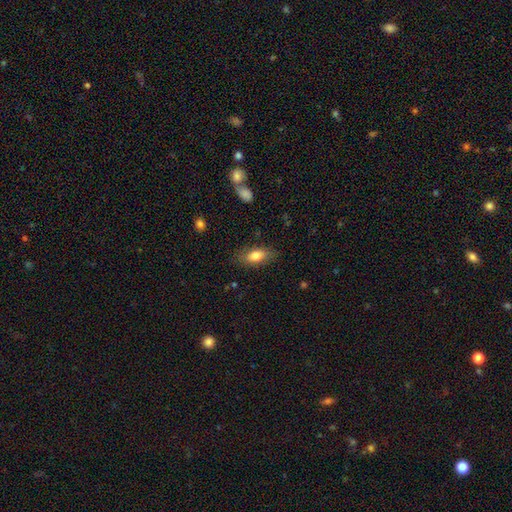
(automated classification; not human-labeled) Smooth or featured? Predicted: smooth (p=0.78). How rounded? Predicted: in between (p=0.83). Merging? Predicted: none (p=0.80).